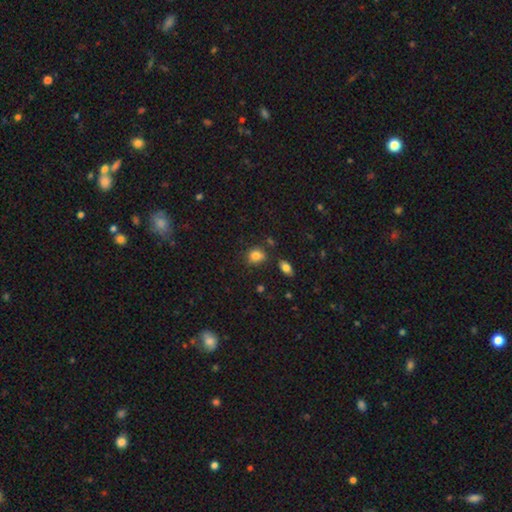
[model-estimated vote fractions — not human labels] Morphology: type=smooth (82%); roundness=round (58%); merging=none (73%).